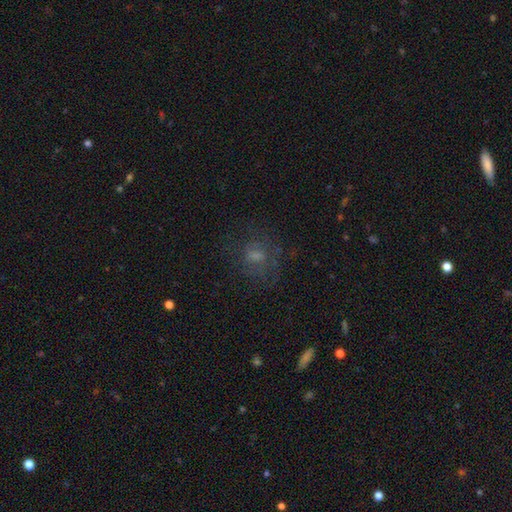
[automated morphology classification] Smooth or featured?
  - smooth: 48% *
  - featured or disk: 32%
  - star or artifact: 20%
Merging?
  - none: 61% *
  - major disturbance: 19%
  - minor disturbance: 17%
  - merger: 2%